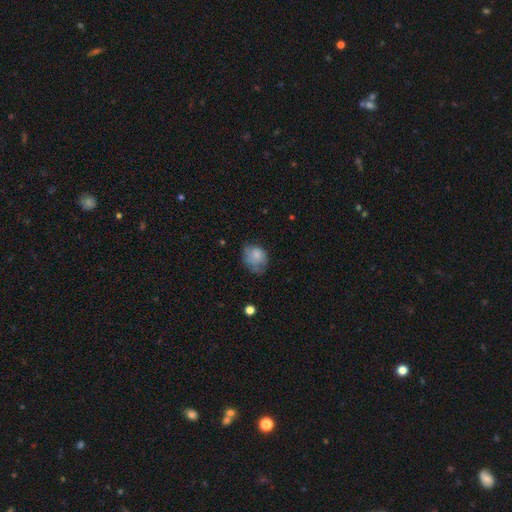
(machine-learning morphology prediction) The model was most divided on "how rounded": in between: 51%, round: 48%, cigar-shaped: 1%. Remaining: smooth or featured — smooth (72%); merging — none (44%).